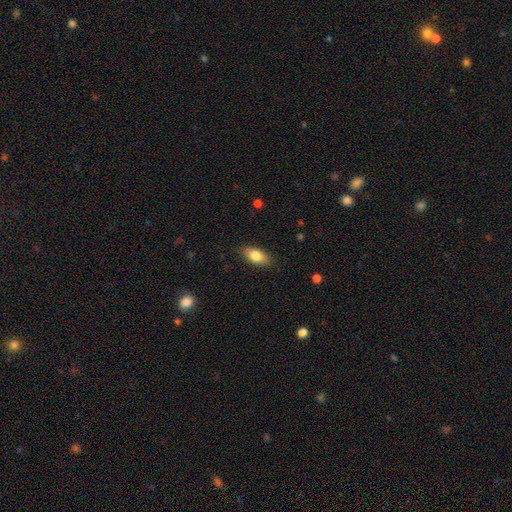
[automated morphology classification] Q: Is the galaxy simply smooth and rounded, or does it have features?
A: smooth — 83%.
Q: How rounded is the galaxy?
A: in between — 89%.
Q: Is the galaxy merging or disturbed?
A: none — 85%.